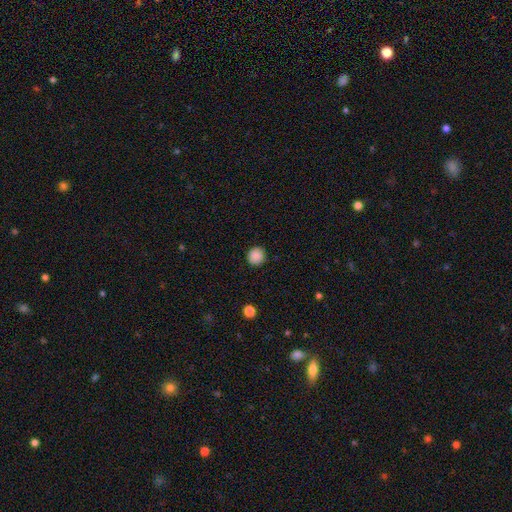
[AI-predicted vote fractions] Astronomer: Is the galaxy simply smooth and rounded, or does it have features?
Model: smooth — 88%.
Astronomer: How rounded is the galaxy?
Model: round — 93%.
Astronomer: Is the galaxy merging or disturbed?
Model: none — 91%.